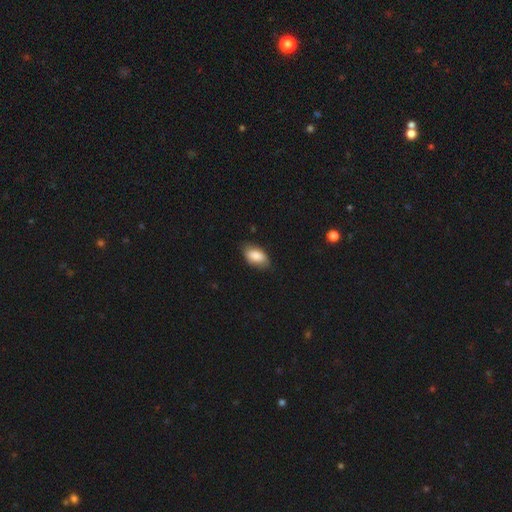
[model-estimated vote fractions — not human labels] smooth 82%, featured or disk 12%, star or artifact 6%. Down the decision tree: how rounded — in between (93%); merging — none (74%).